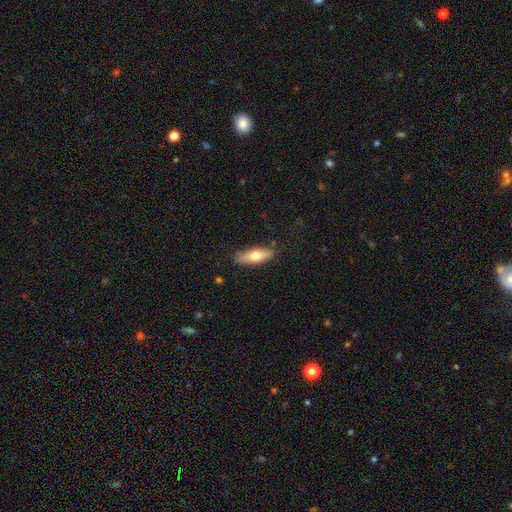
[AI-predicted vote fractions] Overall: smooth (67%). How rounded: in between (64%; cigar-shaped 33%). Merging: none (82%).